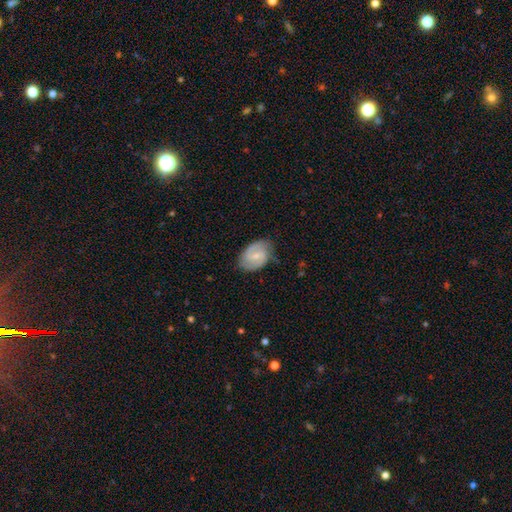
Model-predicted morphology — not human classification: Smooth or featured? Predicted: featured or disk (p=0.71). Edge-on disk? Predicted: no (p=0.97). Bar? Predicted: weak (p=0.54). Spiral arms? Predicted: yes (p=0.92). Spiral winding? Predicted: medium (p=0.49). Spiral arm count? Predicted: 2 (p=0.84). Bulge size? Predicted: small (p=0.57). Merging? Predicted: none (p=0.72).